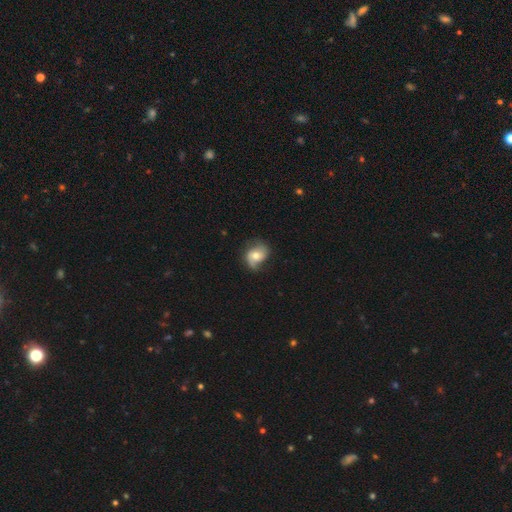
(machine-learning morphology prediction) Smooth or featured?
  - featured or disk: 47% *
  - smooth: 45%
  - star or artifact: 8%
Merging?
  - none: 54% *
  - minor disturbance: 30%
  - major disturbance: 14%
  - merger: 2%